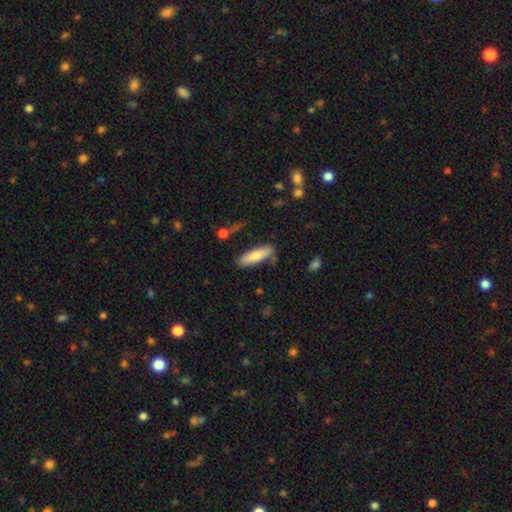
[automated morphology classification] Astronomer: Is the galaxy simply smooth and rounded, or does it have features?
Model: smooth — 72%.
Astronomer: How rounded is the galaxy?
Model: cigar-shaped — 61% (runner-up: in between, 37%).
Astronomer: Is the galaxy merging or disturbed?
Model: none — 78%.